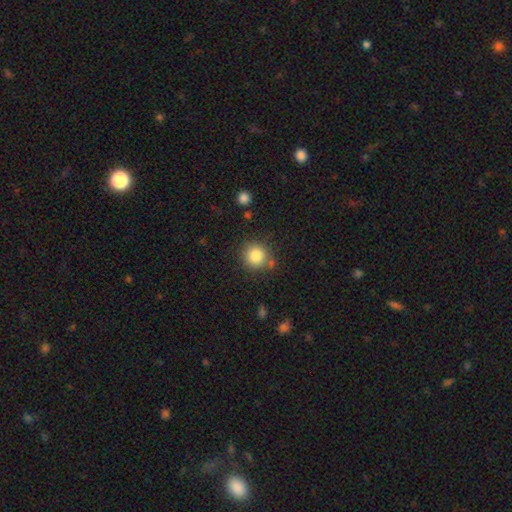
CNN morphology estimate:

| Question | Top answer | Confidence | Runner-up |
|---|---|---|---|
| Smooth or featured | smooth | 84% | star or artifact (10%) |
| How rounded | round | 92% | in between (7%) |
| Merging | none | 80% | minor disturbance (11%) |